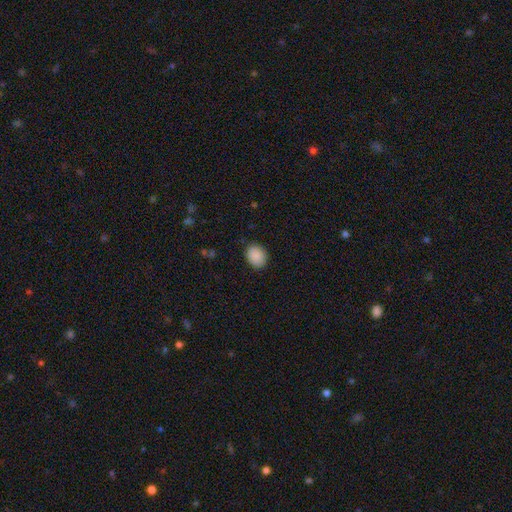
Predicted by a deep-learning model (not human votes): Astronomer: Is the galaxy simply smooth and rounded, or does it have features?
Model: smooth — 89%.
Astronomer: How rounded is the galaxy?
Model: in between — 54% (runner-up: round, 45%).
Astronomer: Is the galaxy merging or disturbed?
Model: none — 86%.